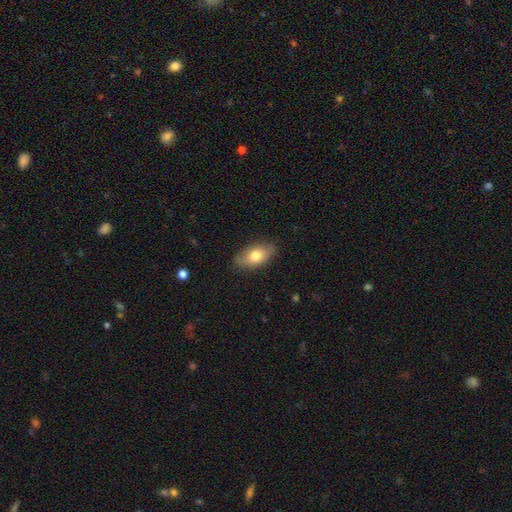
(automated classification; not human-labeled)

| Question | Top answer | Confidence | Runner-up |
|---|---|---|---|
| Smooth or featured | smooth | 75% | featured or disk (18%) |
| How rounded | in between | 90% | round (5%) |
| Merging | none | 84% | minor disturbance (12%) |